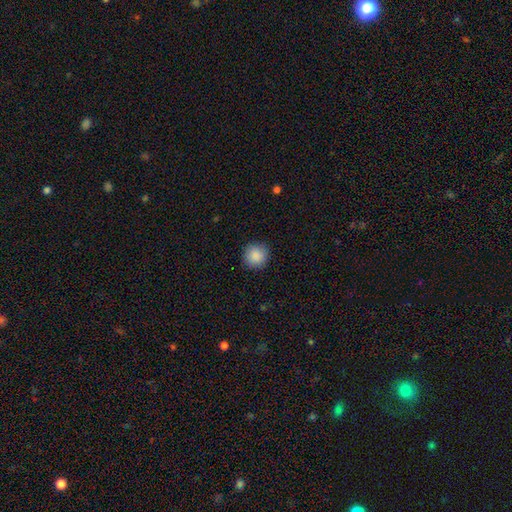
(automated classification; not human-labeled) A smooth galaxy with no disk features (89%) that is round (93%).

Vote fractions:
- Smooth or featured? smooth: 89% / star or artifact: 8% / featured or disk: 3%
- How rounded? round: 93% / in between: 6% / cigar-shaped: 1%
- Merging? none: 90% / minor disturbance: 7% / major disturbance: 2% / merger: 1%